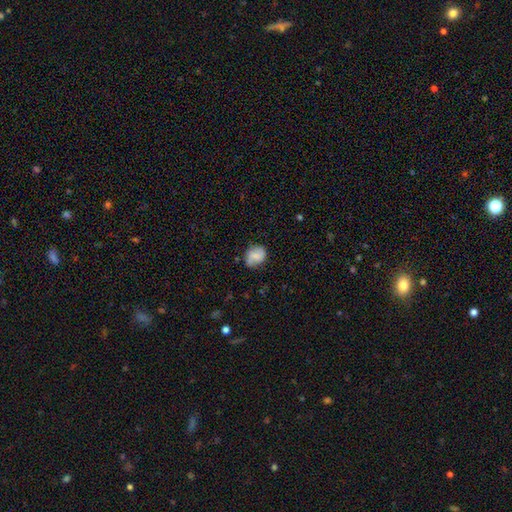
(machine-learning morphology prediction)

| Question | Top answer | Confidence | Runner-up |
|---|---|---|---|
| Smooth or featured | smooth | 54% | featured or disk (37%) |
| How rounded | round | 63% | in between (35%) |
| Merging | none | 69% | minor disturbance (22%) |